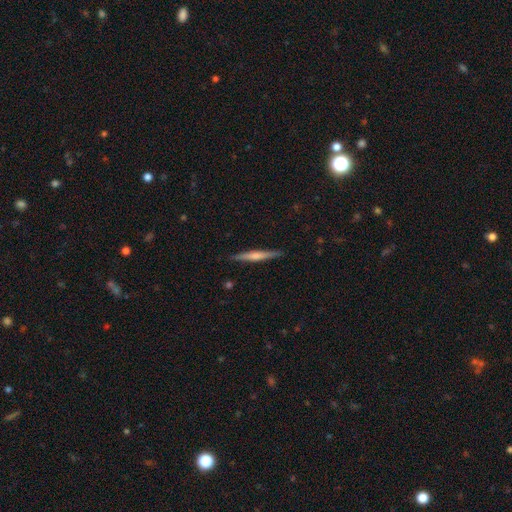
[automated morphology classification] A featured or disk galaxy (52%) viewed edge-on (97%) with a rounded central bulge (54%).

Vote fractions:
- Smooth or featured? featured or disk: 52% / smooth: 43% / star or artifact: 5%
- Edge-on disk? yes: 97% / no: 3%
- Edge-on bulge? rounded: 54% / none: 31% / boxy: 15%
- Merging? none: 89% / minor disturbance: 8% / major disturbance: 2% / merger: 1%